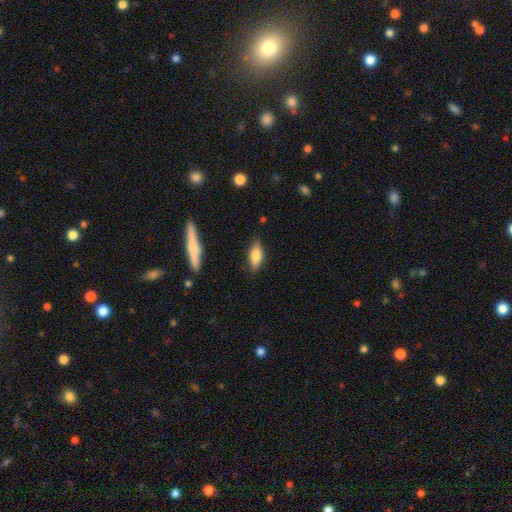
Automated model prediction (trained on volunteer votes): Q: Smooth or featured?
A: smooth (76%); runner-up: featured or disk (18%)
Q: How rounded?
A: in between (72%); runner-up: cigar-shaped (25%)
Q: Merging?
A: none (83%); runner-up: minor disturbance (13%)